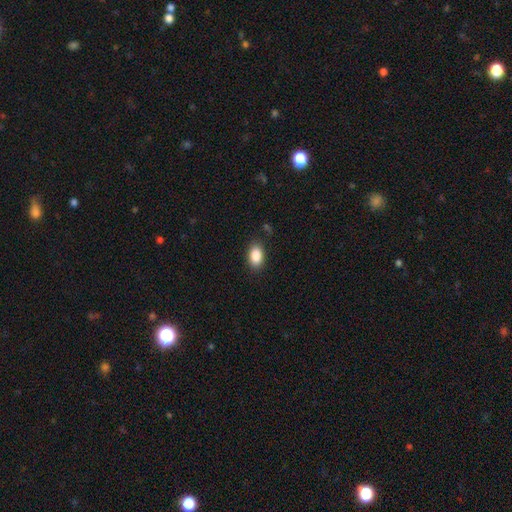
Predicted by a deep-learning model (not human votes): smooth_or_featured: smooth (p=0.87) [alt: star or artifact p=0.08]
how_rounded: in between (p=0.89) [alt: round p=0.09]
merging: none (p=0.86) [alt: minor disturbance p=0.10]